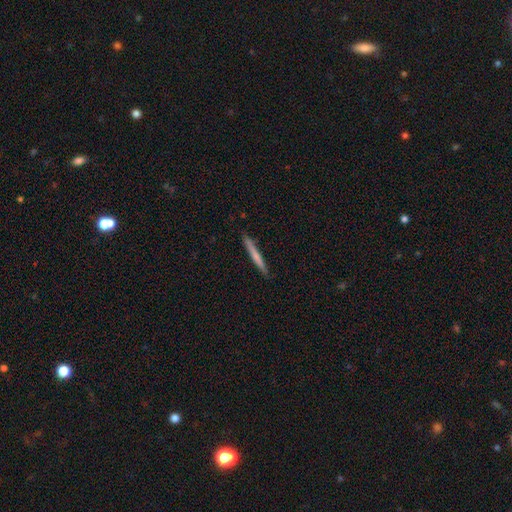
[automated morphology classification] The model was most divided on "smooth or featured": smooth: 63%, featured or disk: 32%, star or artifact: 5%. More confident: how rounded — cigar-shaped (97%); merging — none (89%).